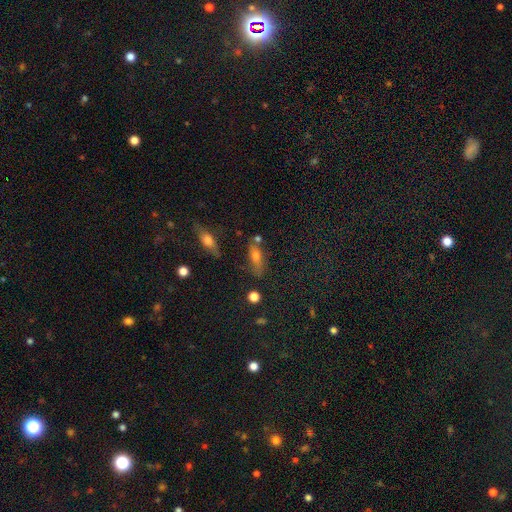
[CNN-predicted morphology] The model was most divided on "how rounded": in between: 63%, cigar-shaped: 31%, round: 7%. More confident: merging — none (63%); smooth or featured — smooth (59%).